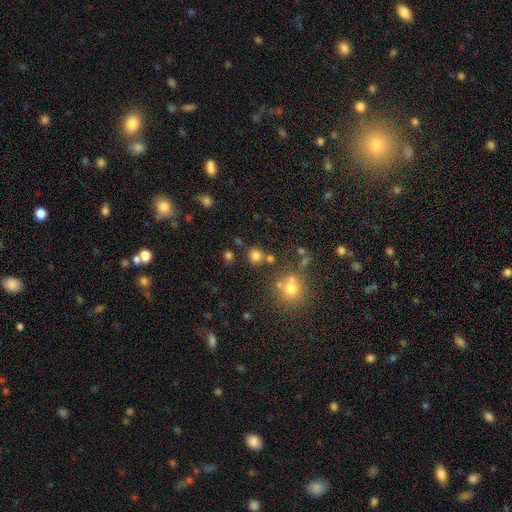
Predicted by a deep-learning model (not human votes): Smooth or featured? Predicted: smooth (p=0.76). How rounded? Predicted: round (p=0.89). Merging? Predicted: none (p=0.74).